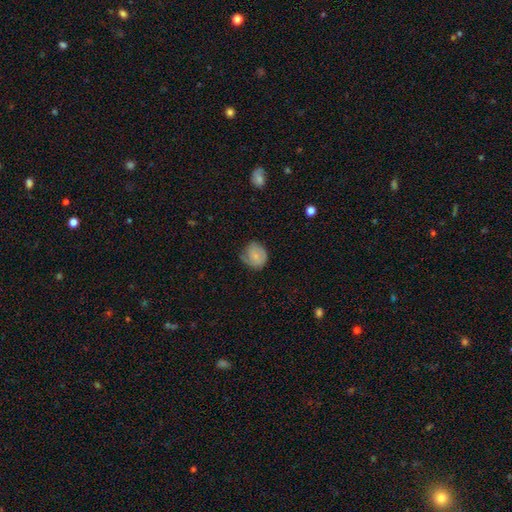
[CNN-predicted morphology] Smooth or featured?
  - smooth: 59% *
  - featured or disk: 34%
  - star or artifact: 7%
How rounded?
  - round: 75% *
  - in between: 24%
  - cigar-shaped: 1%
Merging?
  - none: 51% *
  - minor disturbance: 34%
  - major disturbance: 14%
  - merger: 1%